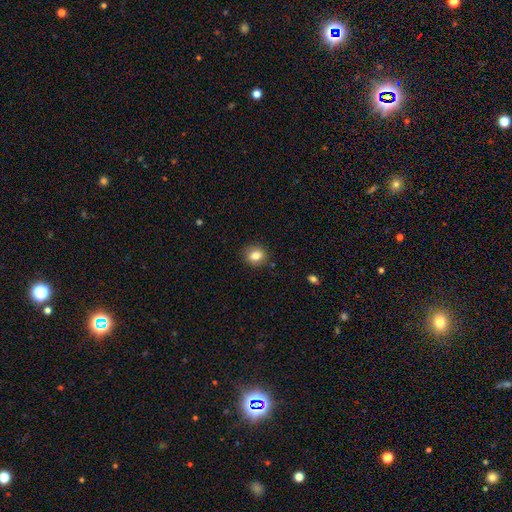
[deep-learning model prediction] smooth_or_featured: smooth (p=0.81) [alt: star or artifact p=0.10]
how_rounded: round (p=0.73) [alt: in between p=0.26]
merging: none (p=0.88) [alt: minor disturbance p=0.08]